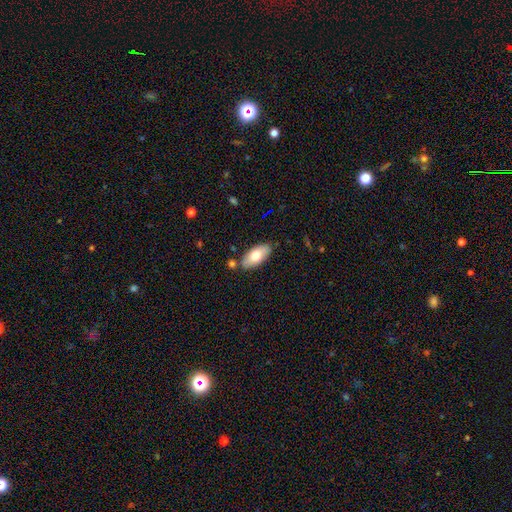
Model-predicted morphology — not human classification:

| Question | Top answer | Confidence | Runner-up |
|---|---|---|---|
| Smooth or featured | smooth | 72% | featured or disk (22%) |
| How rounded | in between | 89% | cigar-shaped (9%) |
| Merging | none | 81% | minor disturbance (12%) |